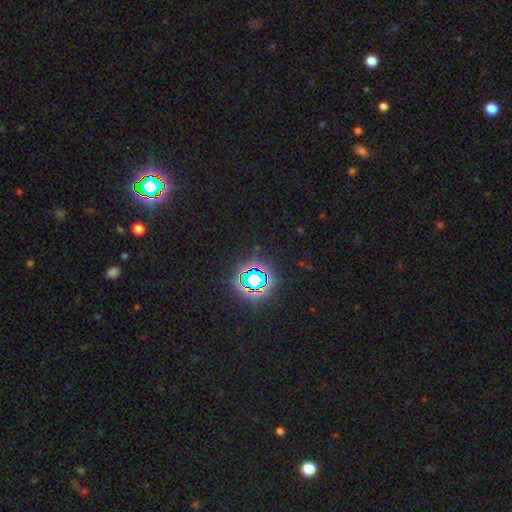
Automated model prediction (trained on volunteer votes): star or artifact 82%, smooth 11%, featured or disk 7%.